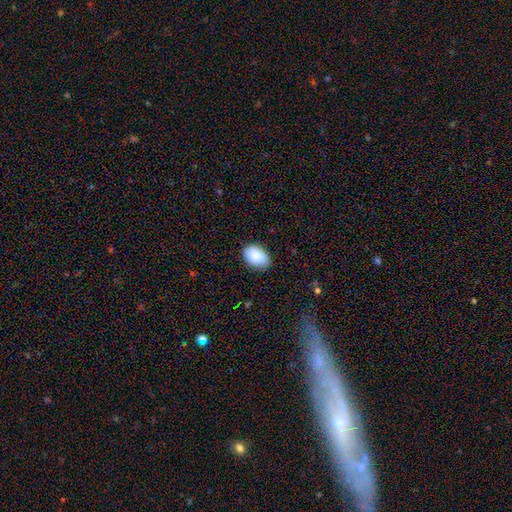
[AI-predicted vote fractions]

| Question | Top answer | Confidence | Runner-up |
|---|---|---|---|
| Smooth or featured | smooth | 88% | star or artifact (7%) |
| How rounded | in between | 87% | round (12%) |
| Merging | none | 80% | minor disturbance (16%) |